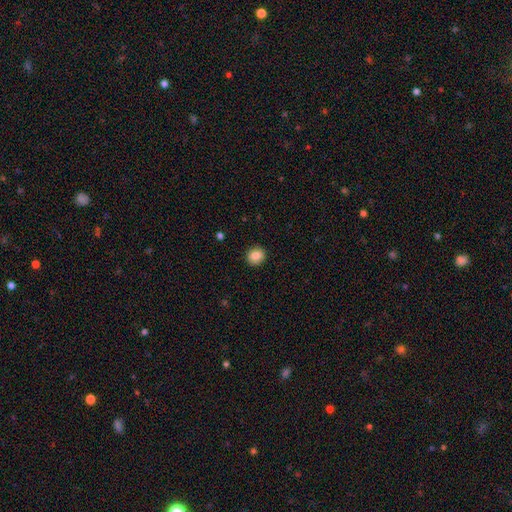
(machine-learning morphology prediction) Smooth or featured? Predicted: smooth (p=0.87). How rounded? Predicted: round (p=0.78). Merging? Predicted: none (p=0.90).